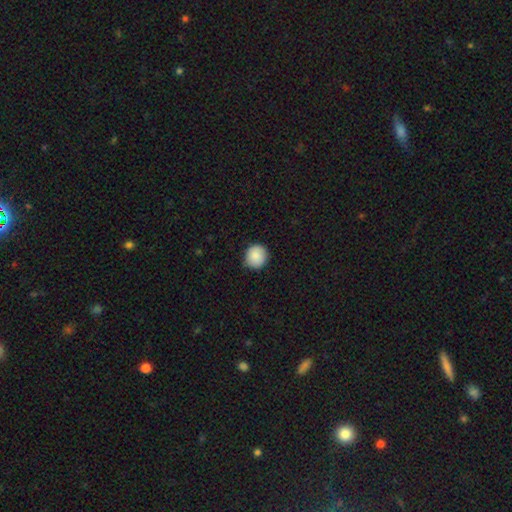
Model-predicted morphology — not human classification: Smooth or featured? smooth (86%)
How rounded? round (91%)
Merging? none (85%)